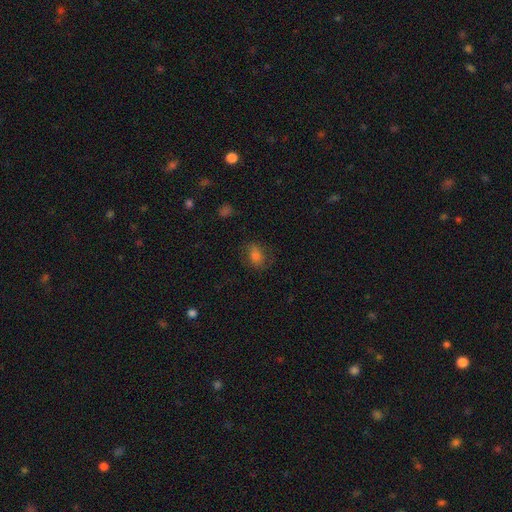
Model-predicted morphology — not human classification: smooth_or_featured: smooth (p=0.69) [alt: featured or disk p=0.17]
how_rounded: in between (p=0.64) [alt: round p=0.34]
merging: none (p=0.70) [alt: minor disturbance p=0.19]